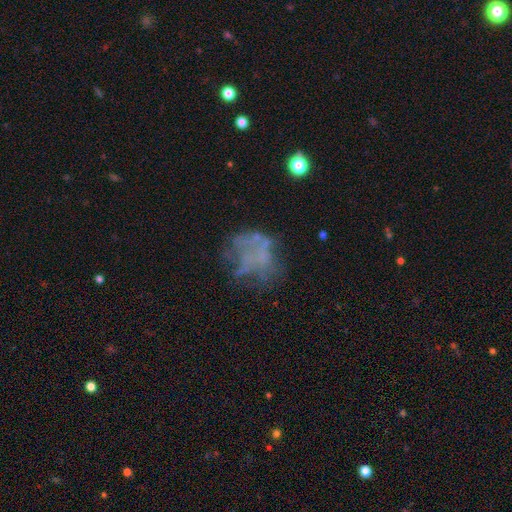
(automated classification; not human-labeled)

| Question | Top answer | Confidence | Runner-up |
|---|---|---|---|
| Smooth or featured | featured or disk | 52% | smooth (28%) |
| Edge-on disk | no | 98% | yes (2%) |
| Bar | no | 93% | weak (5%) |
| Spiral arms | no | 92% | yes (8%) |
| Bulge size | none | 84% | small (7%) |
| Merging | none | 45% | major disturbance (30%) |